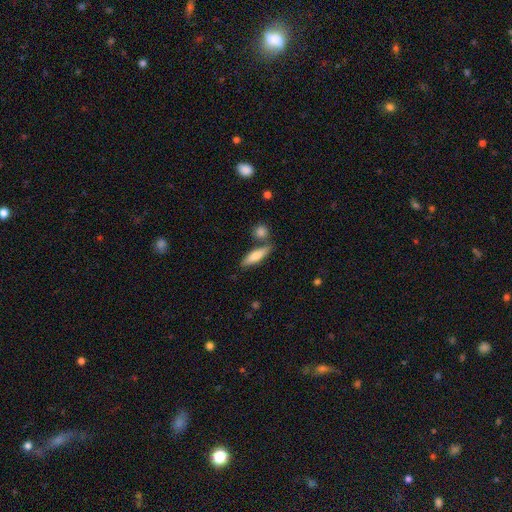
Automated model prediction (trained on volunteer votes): Morphology: type=smooth (70%); roundness=cigar-shaped (66%); merging=none (72%).